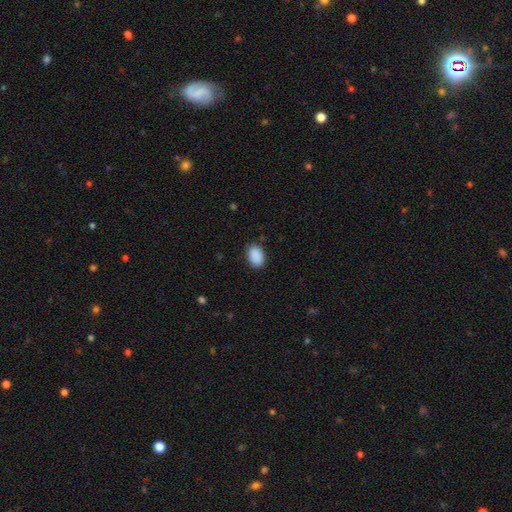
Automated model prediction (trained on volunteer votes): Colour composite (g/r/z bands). It shows a smooth galaxy with no disk features (90%) that is in between round and cigar-shaped (83%). Merging: none (85%).